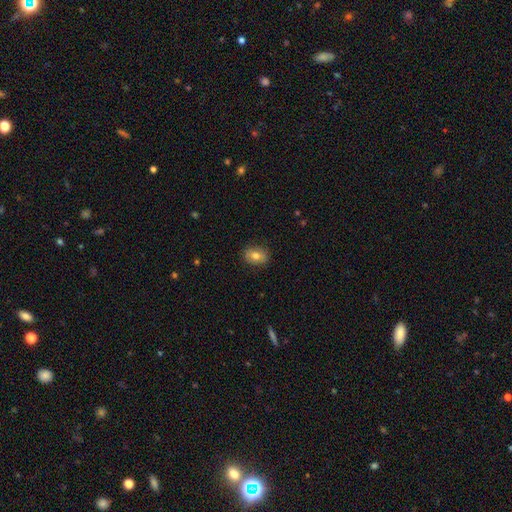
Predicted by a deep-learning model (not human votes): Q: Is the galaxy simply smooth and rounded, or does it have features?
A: smooth — 71%.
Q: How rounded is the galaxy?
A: in between — 60%.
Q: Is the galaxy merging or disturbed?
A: none — 86%.